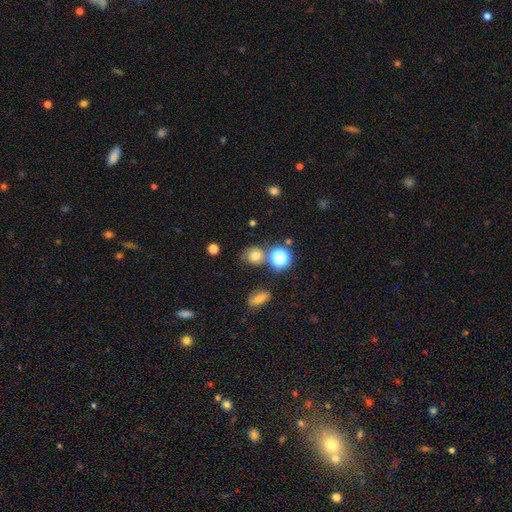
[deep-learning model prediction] Q: Smooth or featured?
A: smooth (68%); runner-up: star or artifact (20%)
Q: How rounded?
A: round (78%); runner-up: in between (21%)
Q: Merging?
A: none (65%); runner-up: minor disturbance (16%)